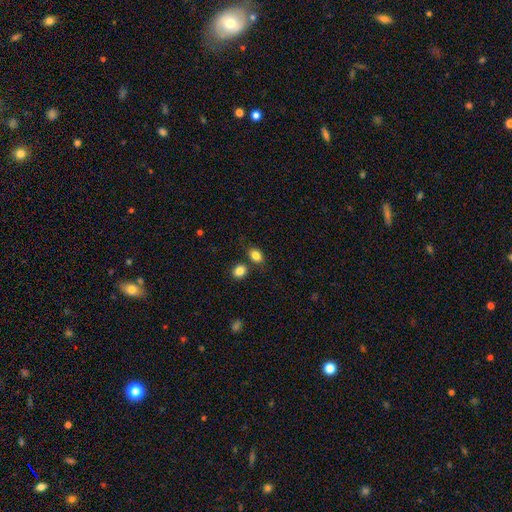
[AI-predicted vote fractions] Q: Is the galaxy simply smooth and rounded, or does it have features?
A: smooth — 84%.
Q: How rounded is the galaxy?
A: in between — 71%.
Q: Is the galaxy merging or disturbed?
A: none — 70%.